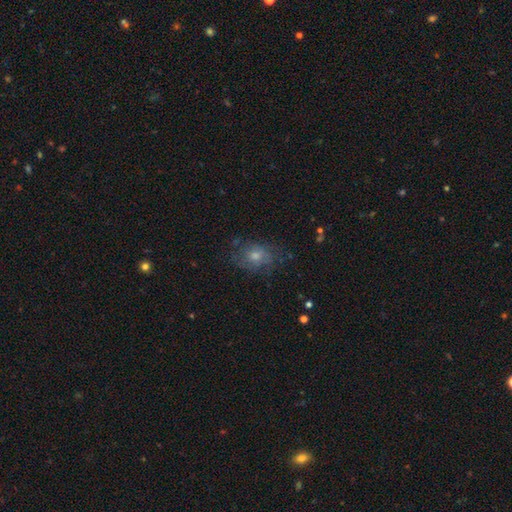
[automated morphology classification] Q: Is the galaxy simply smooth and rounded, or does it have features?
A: featured or disk — 46%.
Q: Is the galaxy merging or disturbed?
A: none — 70%.